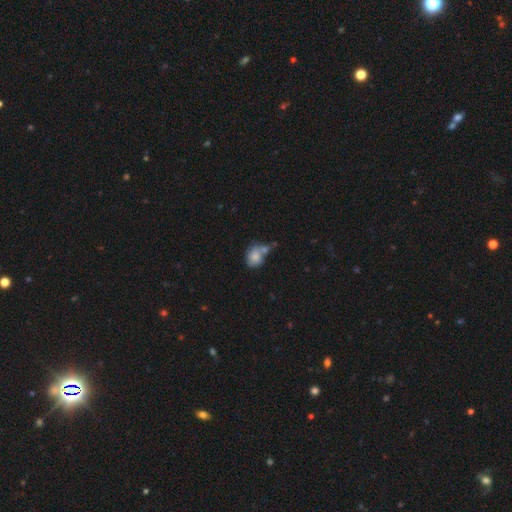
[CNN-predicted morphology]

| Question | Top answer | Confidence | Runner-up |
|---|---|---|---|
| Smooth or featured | smooth | 81% | featured or disk (11%) |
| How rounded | round | 57% | in between (42%) |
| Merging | none | 38% | merger (37%) |